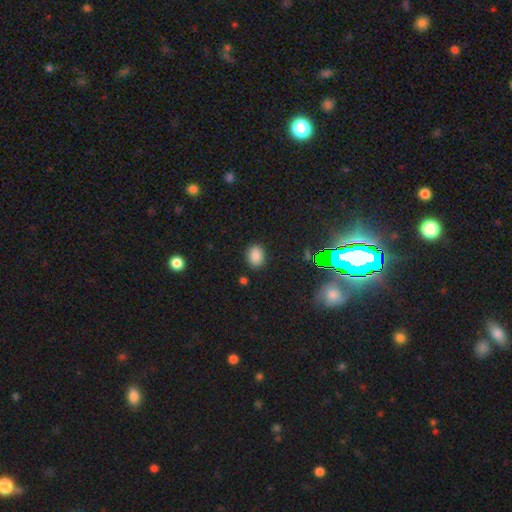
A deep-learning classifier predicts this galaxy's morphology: Overall: smooth (83%). How rounded: in between (63%; round 36%). Merging: none (86%).